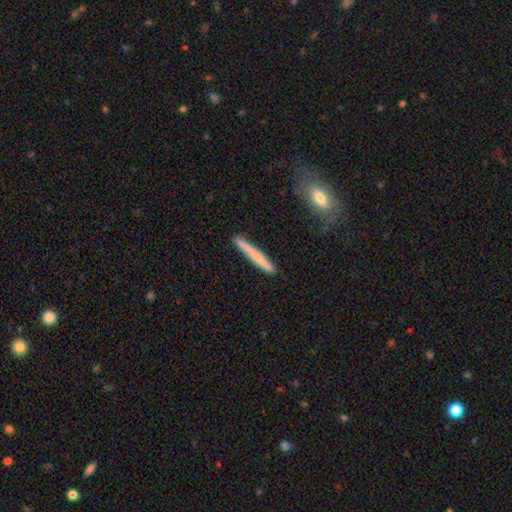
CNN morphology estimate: Smooth or featured?
  - smooth: 68% *
  - featured or disk: 27%
  - star or artifact: 5%
How rounded?
  - cigar-shaped: 96% *
  - in between: 3%
  - round: 1%
Merging?
  - none: 87% *
  - minor disturbance: 9%
  - merger: 2%
  - major disturbance: 2%